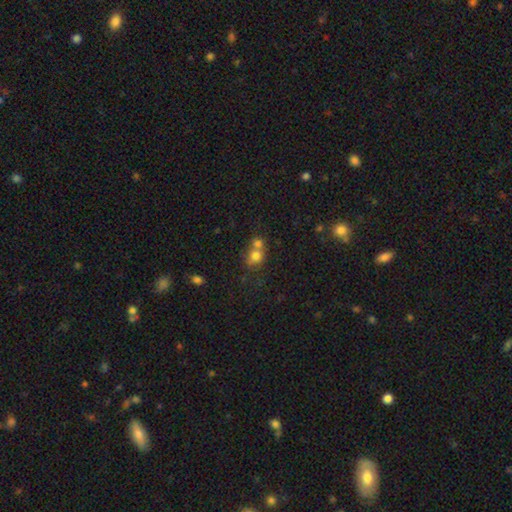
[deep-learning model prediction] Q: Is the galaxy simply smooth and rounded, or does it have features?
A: smooth — 75%.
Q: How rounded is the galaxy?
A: round — 72%.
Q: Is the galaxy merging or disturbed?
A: merger — 58%.